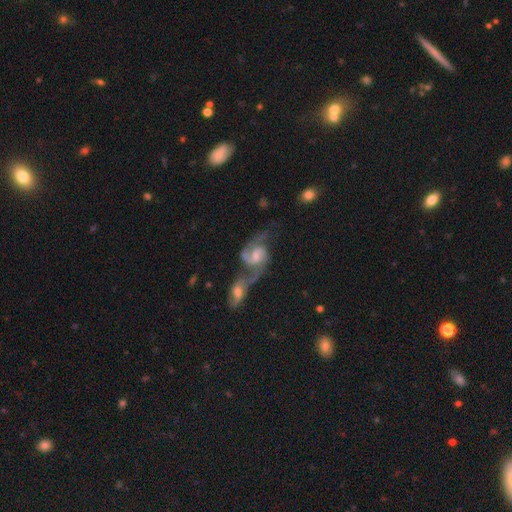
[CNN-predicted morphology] Smooth or featured? Predicted: featured or disk (p=0.88). Edge-on disk? Predicted: no (p=0.97). Bar? Predicted: weak (p=0.49). Spiral arms? Predicted: yes (p=0.97). Spiral winding? Predicted: medium (p=0.55). Spiral arm count? Predicted: 2 (p=0.90). Bulge size? Predicted: small (p=0.44). Merging? Predicted: merger (p=0.53).